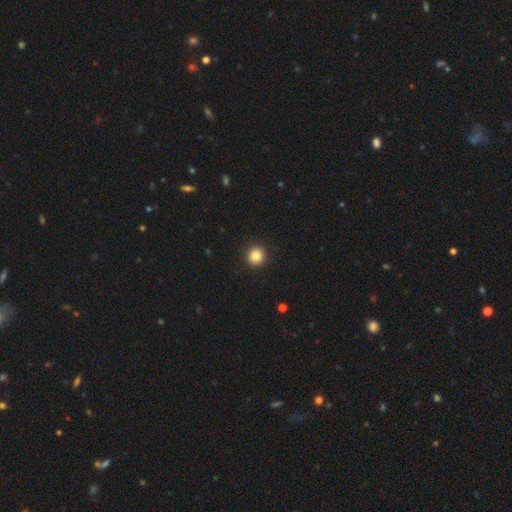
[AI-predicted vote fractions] Smooth or featured? Predicted: smooth (p=0.84). How rounded? Predicted: round (p=0.95). Merging? Predicted: none (p=0.93).